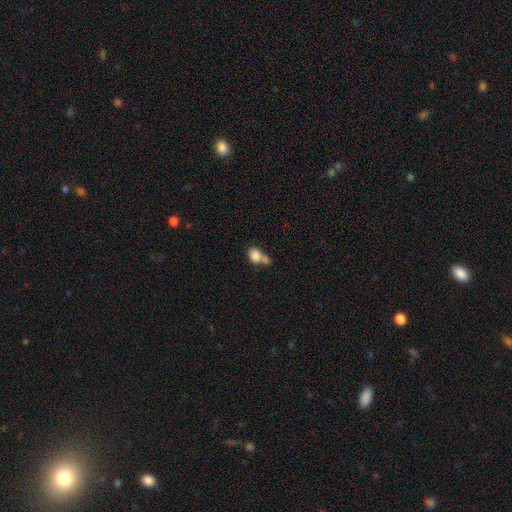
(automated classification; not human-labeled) Smooth or featured? Predicted: smooth (p=0.83). How rounded? Predicted: in between (p=0.63). Merging? Predicted: merger (p=0.48).